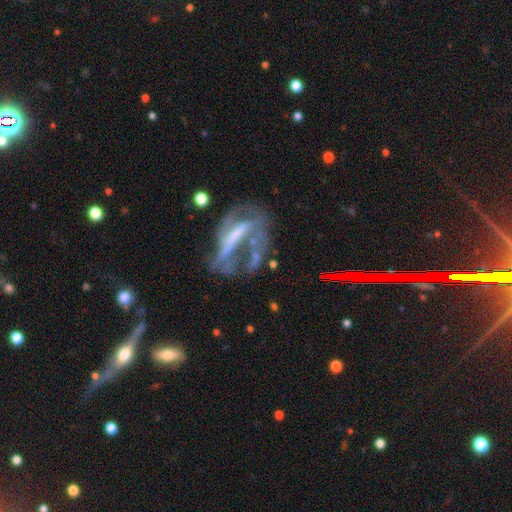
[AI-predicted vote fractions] The model was most divided on "spiral arms" (2-way tie): yes: 50%, no: 50%. Remaining: edge-on disk — no (88%); smooth or featured — featured or disk (69%); bulge size — none (49%); bar — strong (48%); merging — major disturbance (41%).